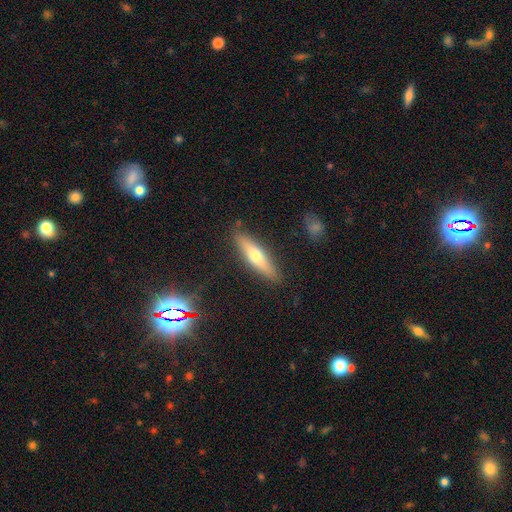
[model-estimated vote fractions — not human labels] Smooth or featured? smooth (52%)
How rounded? cigar-shaped (75%)
Merging? none (87%)